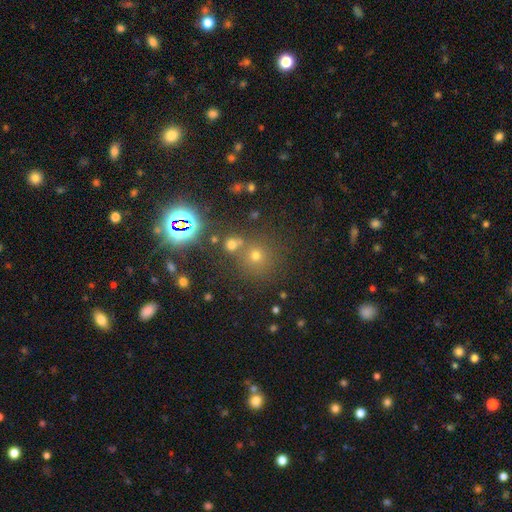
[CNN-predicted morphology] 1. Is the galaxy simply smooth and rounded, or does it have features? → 56% smooth, 34% star or artifact, 10% featured or disk.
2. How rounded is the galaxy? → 91% round, 8% in between, 1% cigar-shaped.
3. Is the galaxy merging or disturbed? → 66% none, 22% merger, 8% minor disturbance, 4% major disturbance.